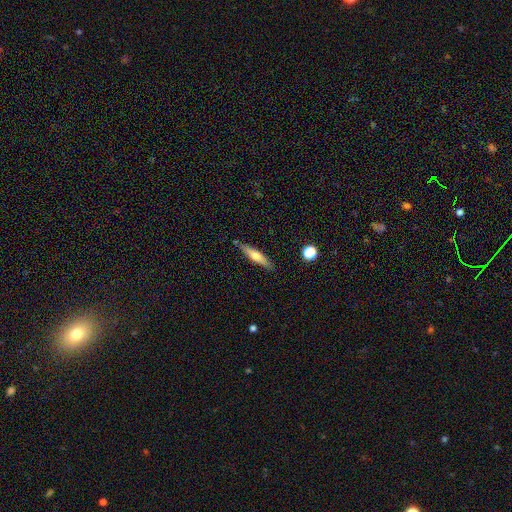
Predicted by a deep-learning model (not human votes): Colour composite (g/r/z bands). It shows a smooth galaxy with no disk features (51%) that is cigar-shaped (84%). Merging: none (85%).